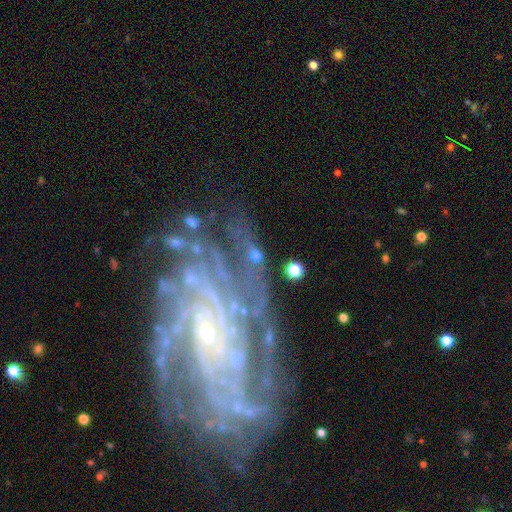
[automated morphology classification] smooth-or-featured: featured or disk: 46% | smooth: 34% | star or artifact: 21%
  merging: none: 63% | minor disturbance: 16% | major disturbance: 13% | merger: 8%